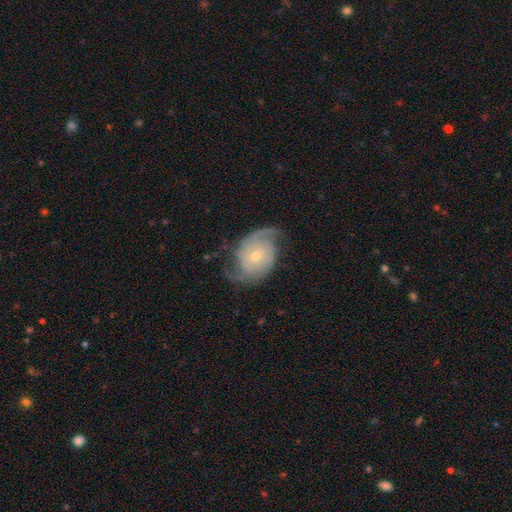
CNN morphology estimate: This is clearly a featured or disk galaxy (85%). It is clearly not viewed edge-on (97%). Bar: likely no (71%). Spiral arm pattern: clearly yes (96%). Spiral arm count: likely 2 (80%). Spiral winding: marginally medium (44%). Central bulge: likely small (64%). Merging: likely none (67%).